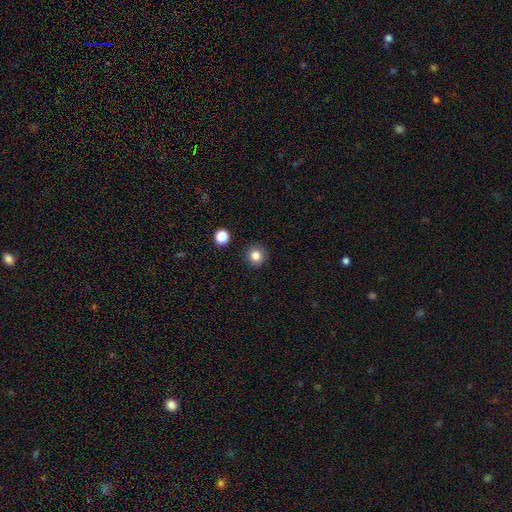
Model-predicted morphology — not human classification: A smooth galaxy with no disk features (83%) that is round (94%). Merging: none (91%).